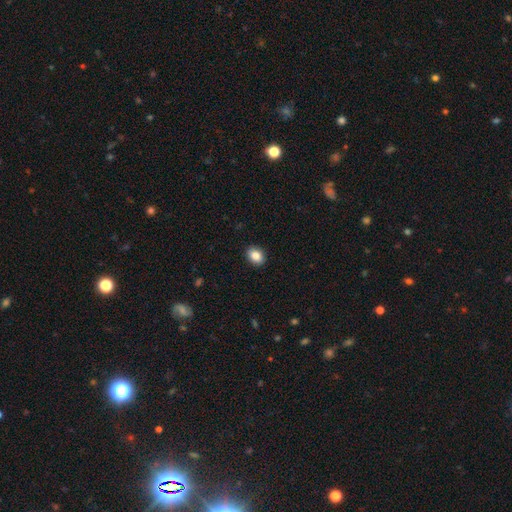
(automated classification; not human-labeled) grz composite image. It shows a smooth galaxy with no disk features (86%) that is in between round and cigar-shaped (61%). Merging: none (91%).